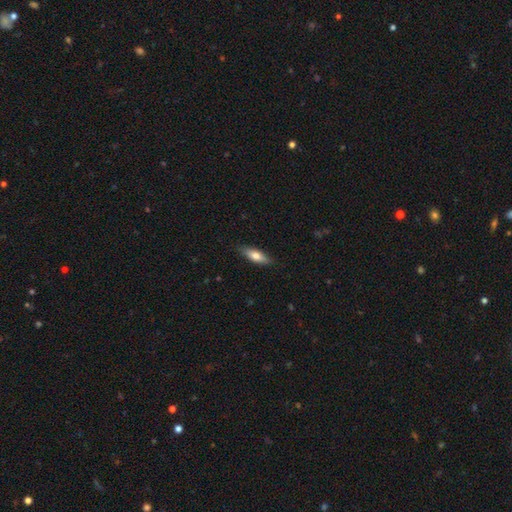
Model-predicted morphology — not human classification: Overall: smooth (66%; featured or disk 28%). How rounded: in between (50%; cigar-shaped 48%). Merging: none (86%).